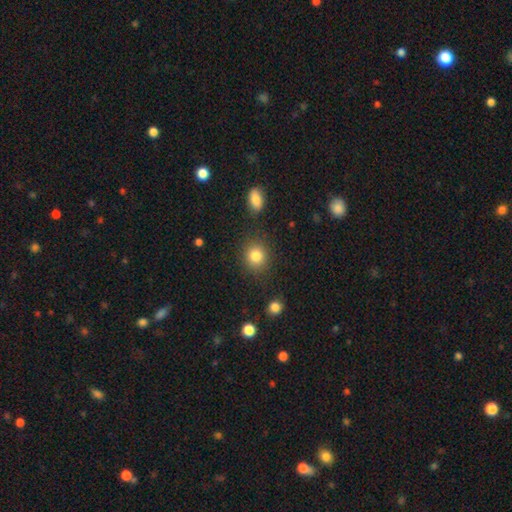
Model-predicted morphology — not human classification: A smooth galaxy with no disk features (84%) that is round (81%). Merging: none (84%).